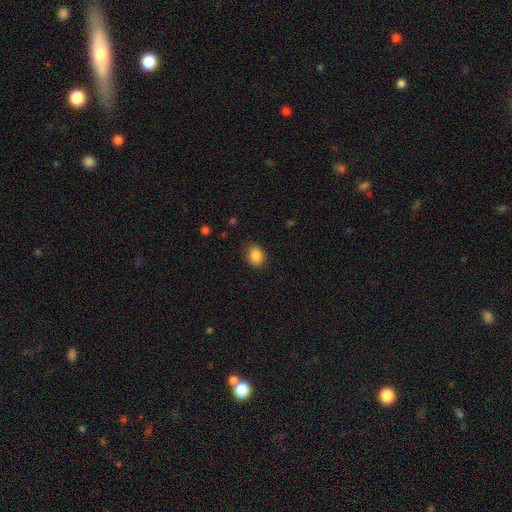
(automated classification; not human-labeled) Smooth or featured: smooth — 87% (star or artifact — 9%)
How rounded: in between — 52% (round — 47%)
Merging: none — 85% (minor disturbance — 12%)